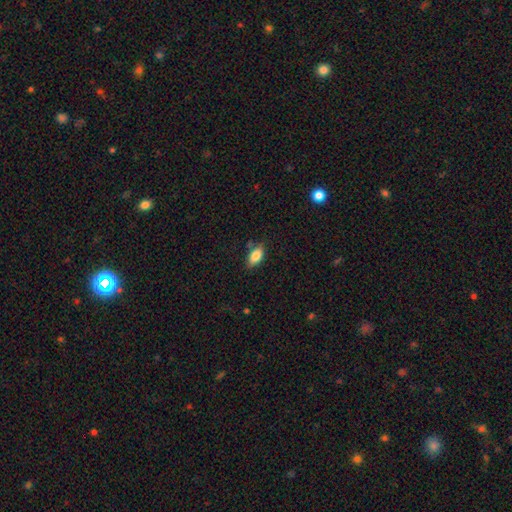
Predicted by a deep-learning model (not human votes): Morphology: type=smooth (84%); roundness=in between (91%); merging=none (78%).